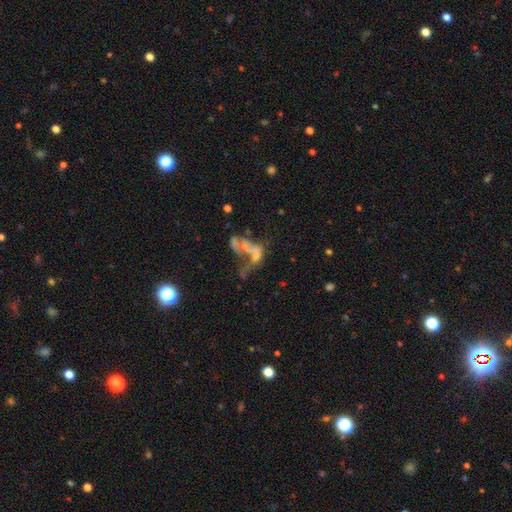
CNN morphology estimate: A featured or disk galaxy (48%). Merging: merger (39%).